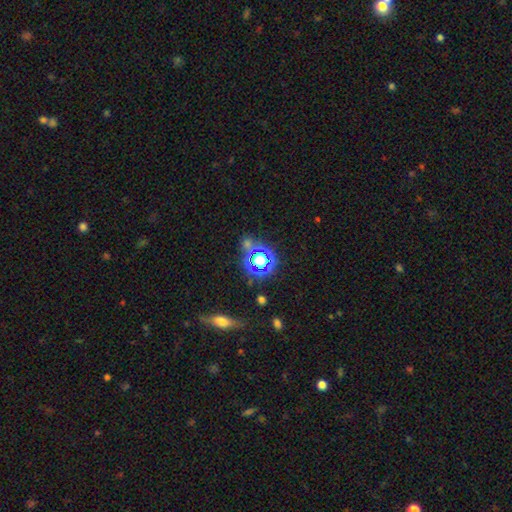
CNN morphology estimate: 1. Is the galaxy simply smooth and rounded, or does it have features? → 62% star or artifact, 22% smooth, 16% featured or disk.